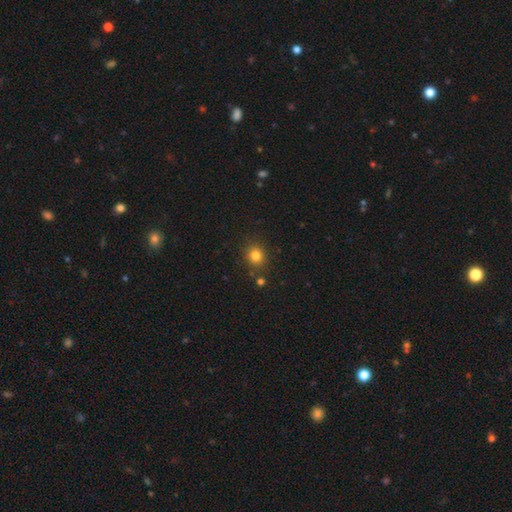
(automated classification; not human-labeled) Overall: smooth (80%). How rounded: round (81%). Merging: none (83%).